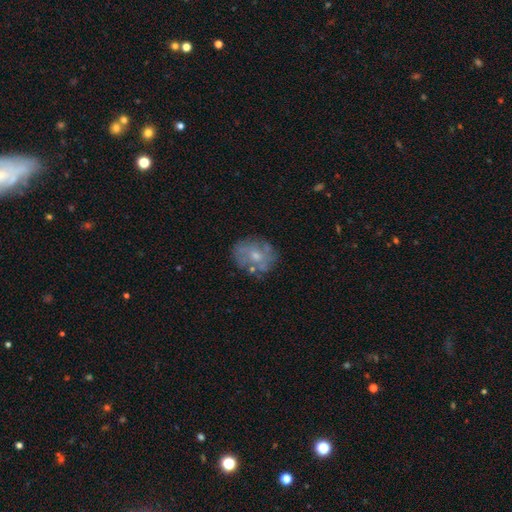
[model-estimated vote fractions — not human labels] The model was most divided on "smooth or featured": featured or disk: 51%, smooth: 40%, star or artifact: 9%. More confident: edge-on disk — no (97%); merging — none (65%).